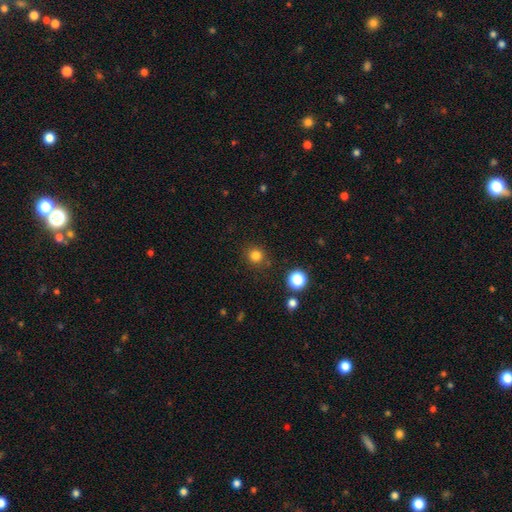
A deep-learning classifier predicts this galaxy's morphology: Q: Smooth or featured?
A: smooth (81%); runner-up: star or artifact (15%)
Q: How rounded?
A: round (91%); runner-up: in between (8%)
Q: Merging?
A: none (86%); runner-up: minor disturbance (8%)